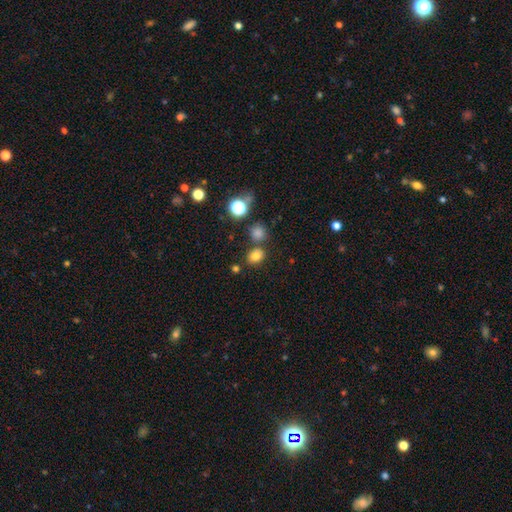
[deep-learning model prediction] A smooth galaxy with no disk features (77%) that is round (56%).

Vote fractions:
- Smooth or featured? smooth: 77% / star or artifact: 16% / featured or disk: 7%
- How rounded? round: 56% / in between: 43% / cigar-shaped: 1%
- Merging? none: 73% / merger: 13% / minor disturbance: 10% / major disturbance: 4%